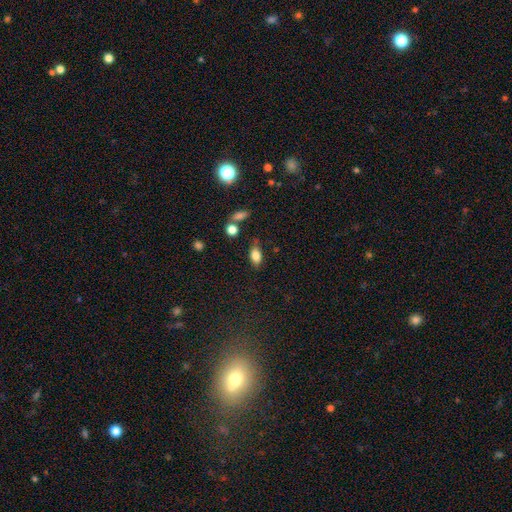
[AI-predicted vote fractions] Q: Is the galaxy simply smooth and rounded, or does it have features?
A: smooth — 78%.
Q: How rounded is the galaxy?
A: in between — 85%.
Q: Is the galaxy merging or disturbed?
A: none — 73%.